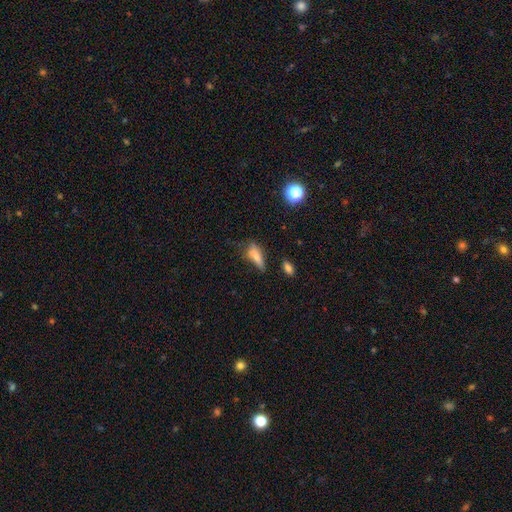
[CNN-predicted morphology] This appears to be a smooth galaxy with no disk features (73%) that is in between round and cigar-shaped (59%). Merging: none (42%).